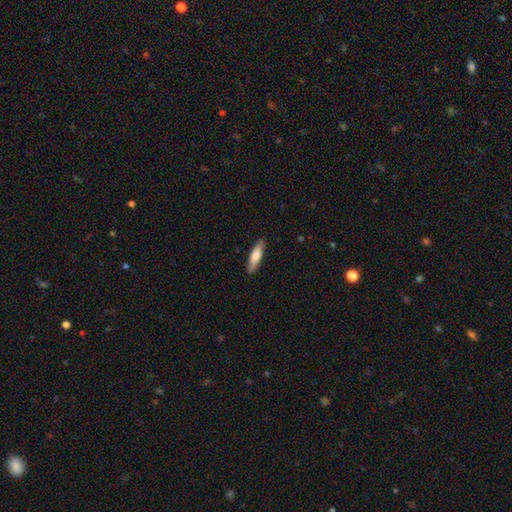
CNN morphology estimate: Q: Smooth or featured?
A: smooth (70%); runner-up: featured or disk (24%)
Q: How rounded?
A: cigar-shaped (67%); runner-up: in between (32%)
Q: Merging?
A: none (86%); runner-up: minor disturbance (11%)